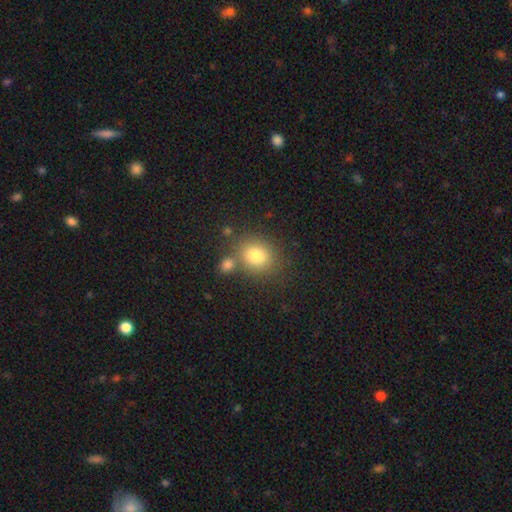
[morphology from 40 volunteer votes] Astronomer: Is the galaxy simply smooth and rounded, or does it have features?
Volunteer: smooth — 88%.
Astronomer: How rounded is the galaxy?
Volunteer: round — 66%.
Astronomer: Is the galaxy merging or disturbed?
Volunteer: none — 64%.